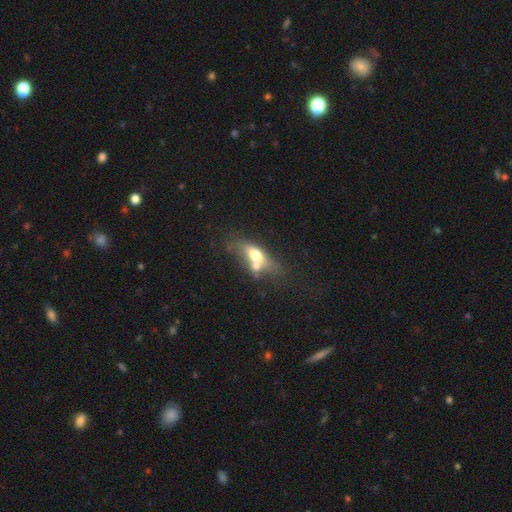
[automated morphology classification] Q: Smooth or featured?
A: smooth (53%); runner-up: featured or disk (38%)
Q: How rounded?
A: in between (66%); runner-up: cigar-shaped (25%)
Q: Merging?
A: merger (46%); runner-up: none (31%)